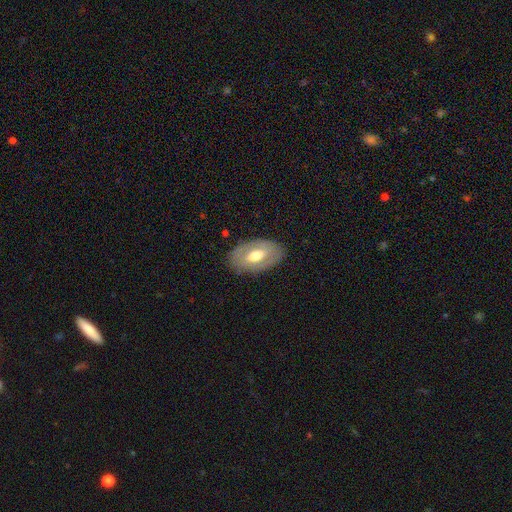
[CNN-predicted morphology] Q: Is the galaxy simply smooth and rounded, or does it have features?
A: featured or disk — 47%, tied with smooth.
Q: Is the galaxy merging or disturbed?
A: none — 82%.